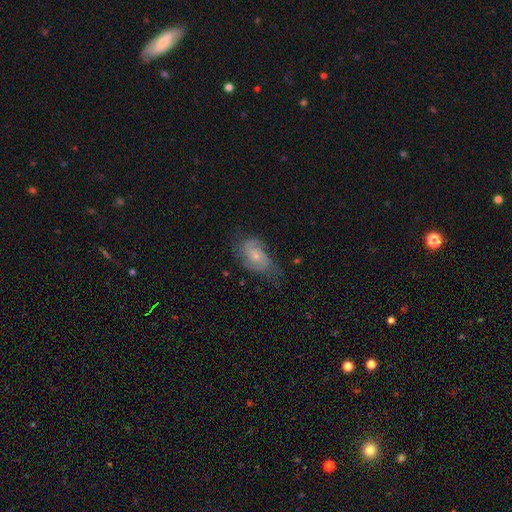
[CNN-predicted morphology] Smooth or featured: featured or disk — 72% (smooth — 21%)
Edge-on disk: no — 97% (yes — 3%)
Bar: no — 62% (weak — 33%)
Spiral arms: yes — 93% (no — 7%)
Spiral winding: medium — 46% (tight — 37%)
Spiral arm count: 2 — 75% (can't tell — 13%)
Bulge size: small — 50% (moderate — 43%)
Merging: none — 57% (minor disturbance — 28%)